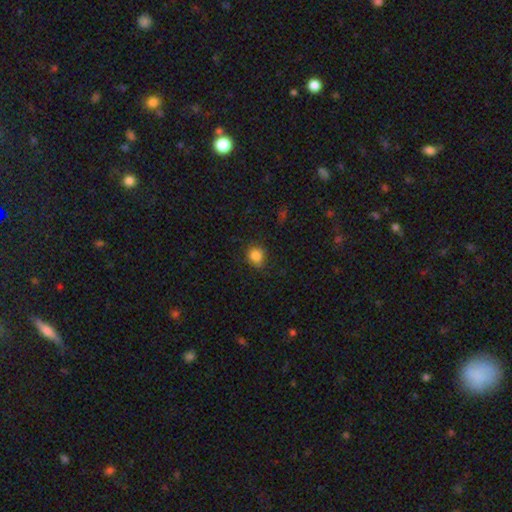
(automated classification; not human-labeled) Smooth or featured? smooth (85%)
How rounded? round (80%)
Merging? none (79%)